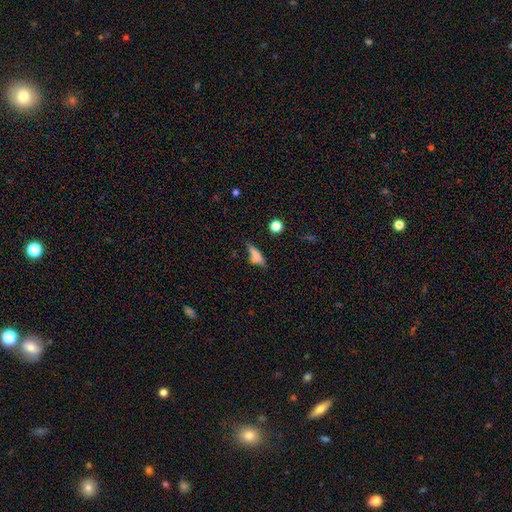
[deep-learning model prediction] The model was most divided on "how rounded": cigar-shaped: 58%, in between: 37%, round: 5%. More confident: smooth or featured — smooth (68%); merging — none (50%).